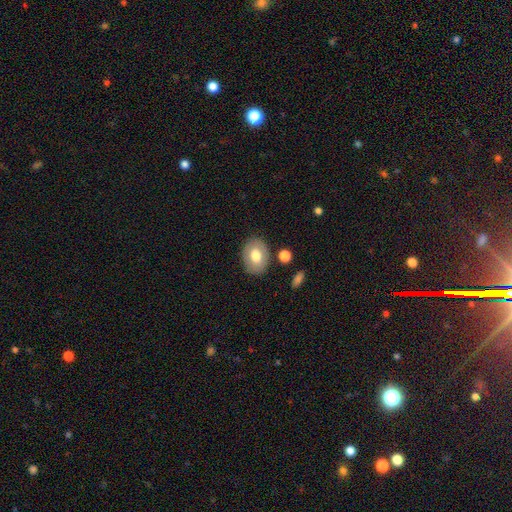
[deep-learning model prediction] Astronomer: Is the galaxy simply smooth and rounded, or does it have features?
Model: smooth — 67%.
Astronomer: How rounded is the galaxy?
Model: in between — 72%.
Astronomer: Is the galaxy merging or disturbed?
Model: none — 82%.